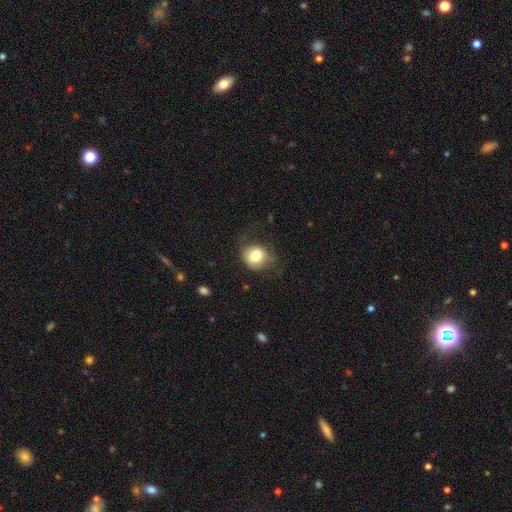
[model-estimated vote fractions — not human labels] This appears to be a smooth galaxy with no disk features (76%) that is round (80%). Merging: none (60%).